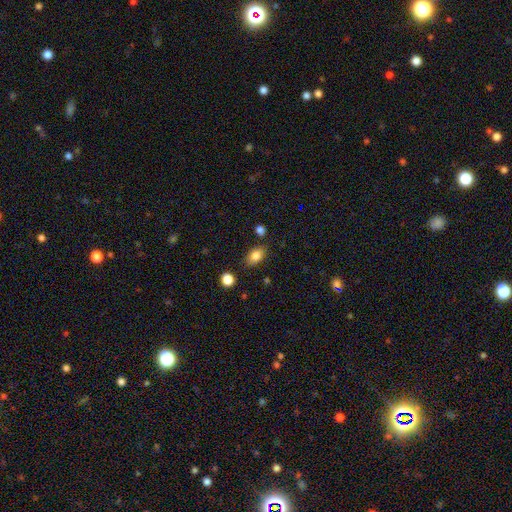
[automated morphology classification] Smooth or featured: smooth — 84% (star or artifact — 9%)
How rounded: in between — 84% (round — 14%)
Merging: none — 81% (minor disturbance — 13%)